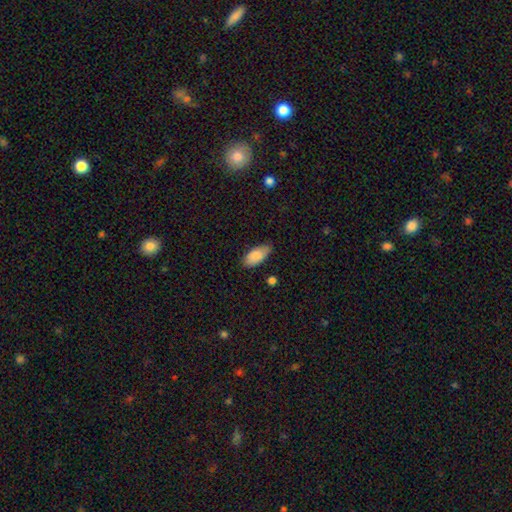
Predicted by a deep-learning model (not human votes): Q: Smooth or featured?
A: smooth (86%); runner-up: featured or disk (7%)
Q: How rounded?
A: in between (92%); runner-up: cigar-shaped (5%)
Q: Merging?
A: none (68%); runner-up: minor disturbance (26%)